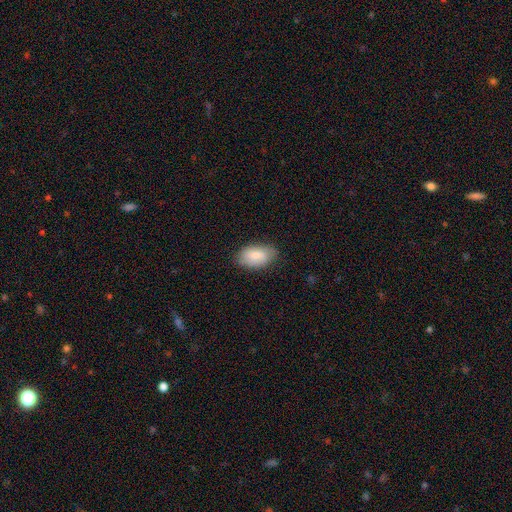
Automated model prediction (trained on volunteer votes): The model was most divided on "merging": none: 77%, minor disturbance: 18%, major disturbance: 3%, merger: 1%. More confident: how rounded — in between (94%); smooth or featured — smooth (81%).